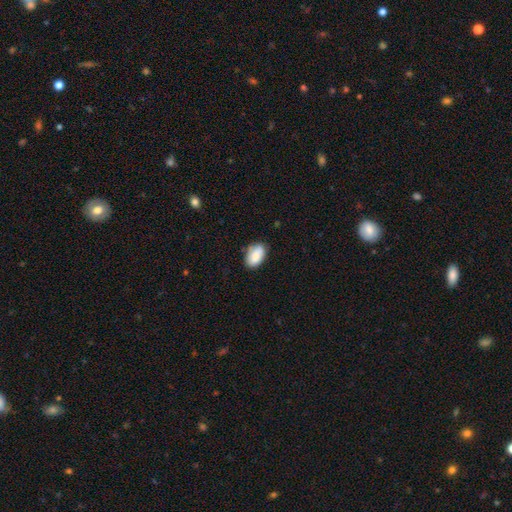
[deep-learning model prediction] Q: Smooth or featured?
A: smooth (86%); runner-up: featured or disk (7%)
Q: How rounded?
A: in between (92%); runner-up: round (6%)
Q: Merging?
A: none (75%); runner-up: minor disturbance (20%)